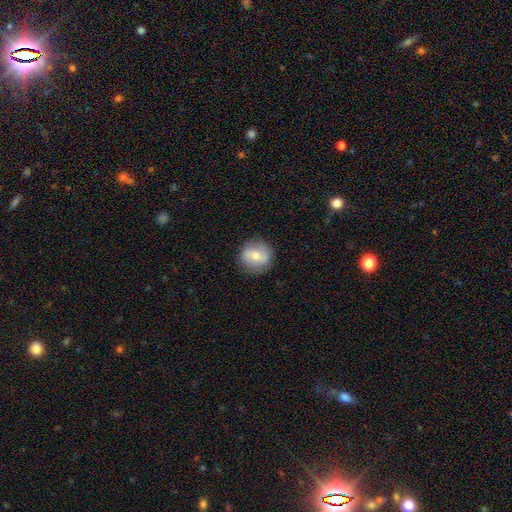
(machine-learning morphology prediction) type=smooth (61%); roundness=round (90%); merging=none (84%).